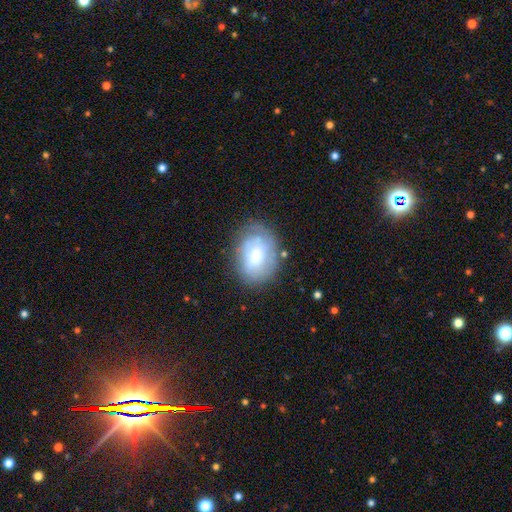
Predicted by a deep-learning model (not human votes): Q: Smooth or featured?
A: smooth (52%); runner-up: featured or disk (39%)
Q: How rounded?
A: in between (67%); runner-up: round (32%)
Q: Merging?
A: none (64%); runner-up: minor disturbance (23%)